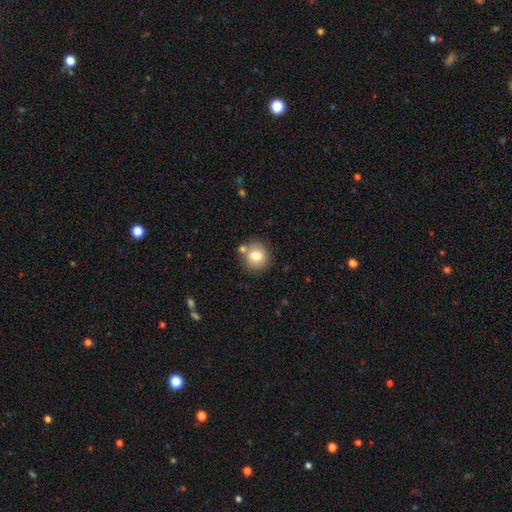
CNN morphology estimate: smooth-or-featured: smooth: 79% | featured or disk: 12% | star or artifact: 10%
  how-rounded: round: 89% | in between: 10% | cigar-shaped: 1%
  merging: none: 75% | merger: 12% | minor disturbance: 10% | major disturbance: 3%